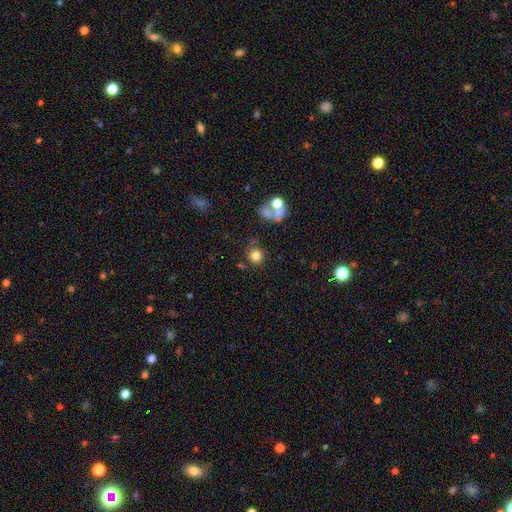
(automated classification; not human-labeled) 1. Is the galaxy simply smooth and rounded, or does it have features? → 79% smooth, 13% star or artifact, 8% featured or disk.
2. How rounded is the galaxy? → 89% round, 10% in between, 1% cigar-shaped.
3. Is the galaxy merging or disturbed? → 73% none, 11% minor disturbance, 10% merger, 5% major disturbance.